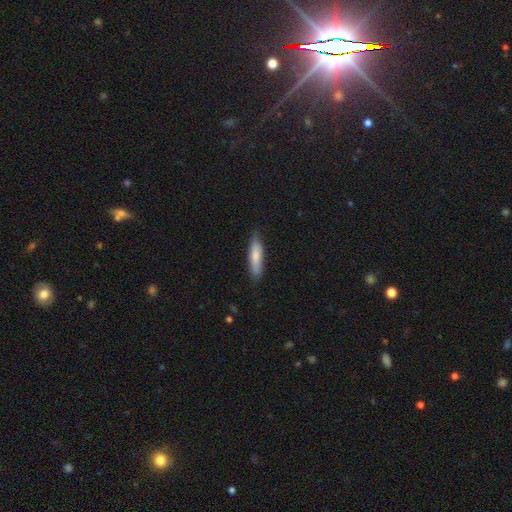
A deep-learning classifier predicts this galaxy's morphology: Smooth or featured? smooth (79%)
How rounded? cigar-shaped (74%)
Merging? none (82%)